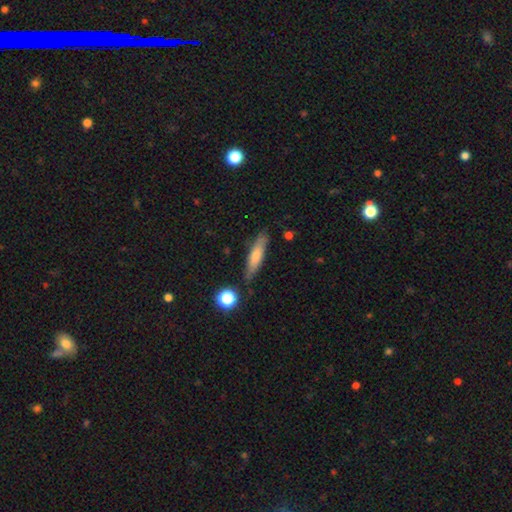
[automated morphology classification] Smooth or featured? Predicted: smooth (p=0.65). How rounded? Predicted: cigar-shaped (p=0.81). Merging? Predicted: none (p=0.83).